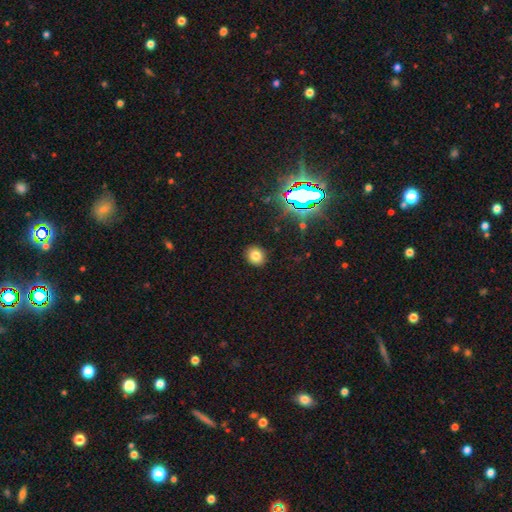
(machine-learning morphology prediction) Overall: smooth (77%). How rounded: round (70%). Merging: none (90%).